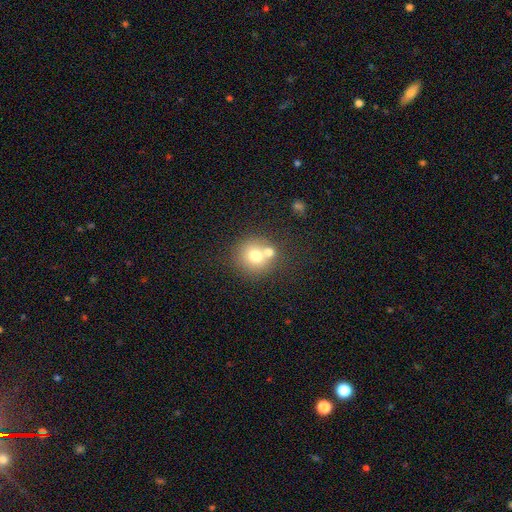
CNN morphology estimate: The model was most divided on "merging": none: 51%, merger: 37%, minor disturbance: 8%, major disturbance: 3%. More confident: how rounded — round (88%); smooth or featured — smooth (71%).